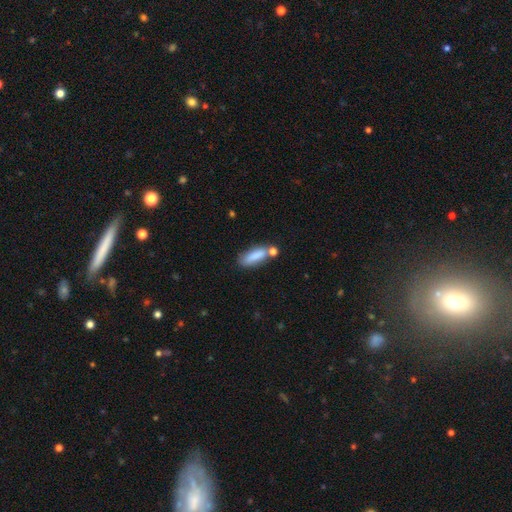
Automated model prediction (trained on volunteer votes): This appears to be a smooth galaxy with no disk features (82%) that is in between round and cigar-shaped (57%). Merging: none (52%).